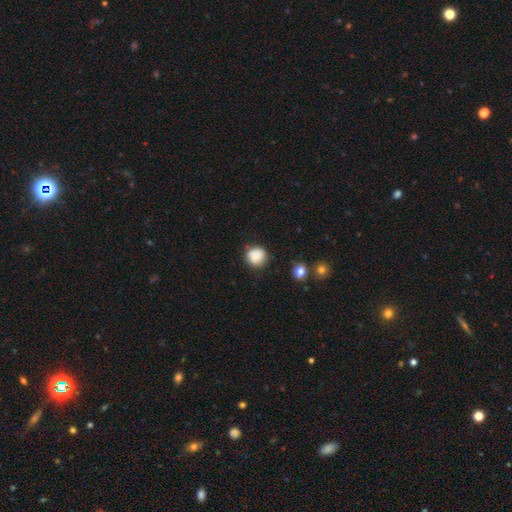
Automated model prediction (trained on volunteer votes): The model was most divided on "merging": none: 75%, minor disturbance: 18%, major disturbance: 4%, merger: 3%. More confident: how rounded — round (88%); smooth or featured — smooth (86%).